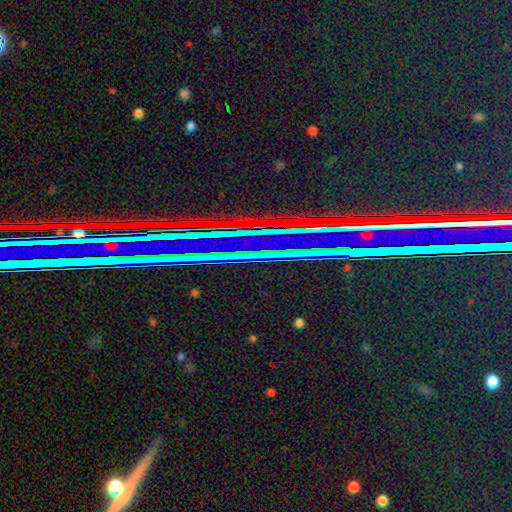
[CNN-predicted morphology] The model was most divided on "smooth or featured": star or artifact: 82%, featured or disk: 9%, smooth: 9%.